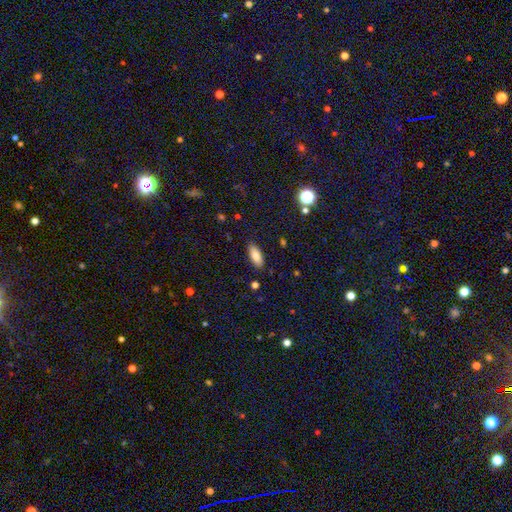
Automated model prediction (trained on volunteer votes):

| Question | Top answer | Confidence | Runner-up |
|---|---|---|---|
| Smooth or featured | smooth | 81% | featured or disk (11%) |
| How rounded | in between | 81% | cigar-shaped (17%) |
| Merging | none | 86% | minor disturbance (10%) |